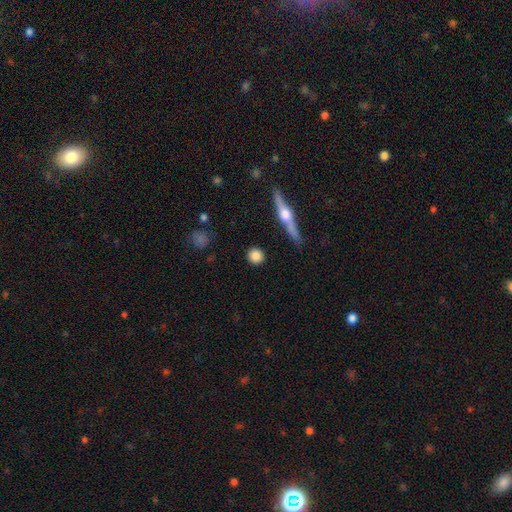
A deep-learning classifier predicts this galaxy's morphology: The model was most divided on "smooth or featured": smooth: 81%, featured or disk: 12%, star or artifact: 7%. More confident: how rounded — round (91%); merging — none (90%).